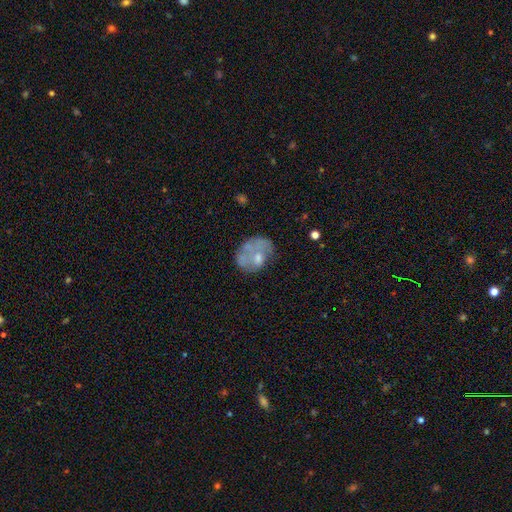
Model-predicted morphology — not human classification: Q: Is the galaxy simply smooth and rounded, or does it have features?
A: featured or disk — 49%.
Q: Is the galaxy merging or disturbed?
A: none — 38%.